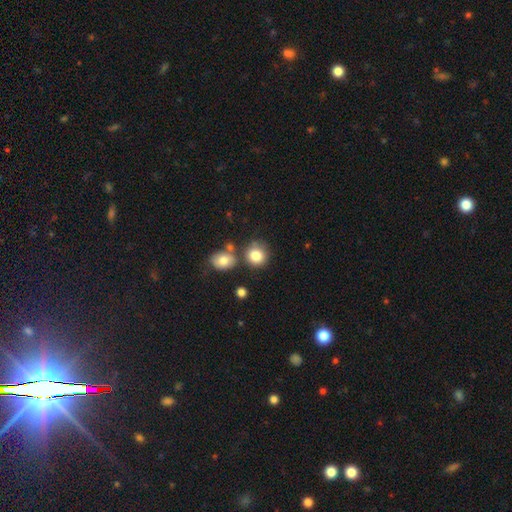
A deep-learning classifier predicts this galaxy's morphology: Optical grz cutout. It shows a smooth galaxy with no disk features (83%) that is round (84%). Merging: none (67%).